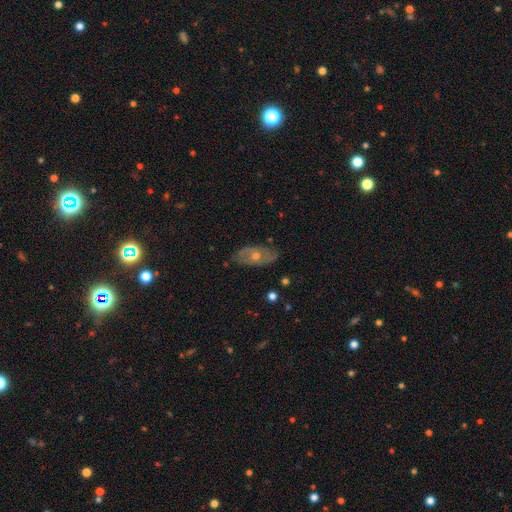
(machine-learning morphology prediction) smooth_or_featured: featured or disk (p=0.66) [alt: smooth p=0.24]
disk_edge_on: no (p=0.87) [alt: yes p=0.13]
bar: no (p=0.78) [alt: weak p=0.18]
has_spiral_arms: yes (p=0.68) [alt: no p=0.32]
bulge_size: moderate (p=0.61) [alt: small p=0.34]
merging: none (p=0.80) [alt: minor disturbance p=0.15]